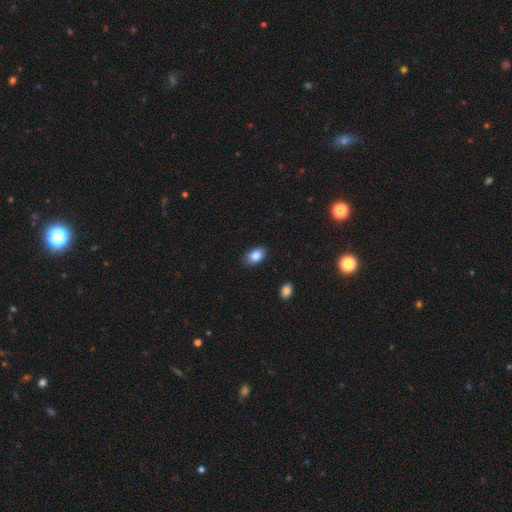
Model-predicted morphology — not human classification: Smooth or featured?
  - smooth: 87% *
  - star or artifact: 8%
  - featured or disk: 5%
How rounded?
  - in between: 89% *
  - round: 10%
  - cigar-shaped: 1%
Merging?
  - none: 83% *
  - minor disturbance: 13%
  - major disturbance: 2%
  - merger: 1%